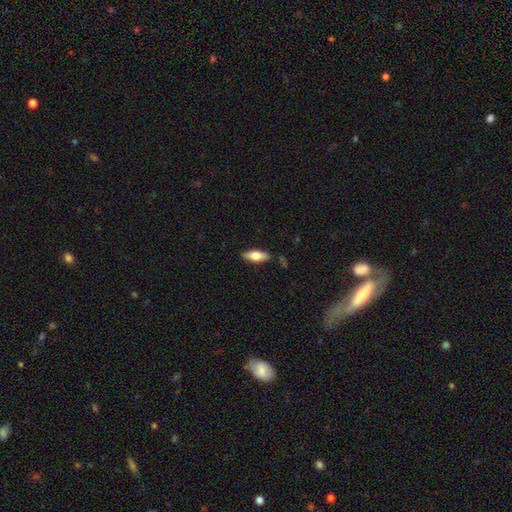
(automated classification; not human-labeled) Q: Smooth or featured?
A: smooth (57%); runner-up: featured or disk (37%)
Q: How rounded?
A: in between (66%); runner-up: cigar-shaped (31%)
Q: Merging?
A: none (83%); runner-up: minor disturbance (12%)